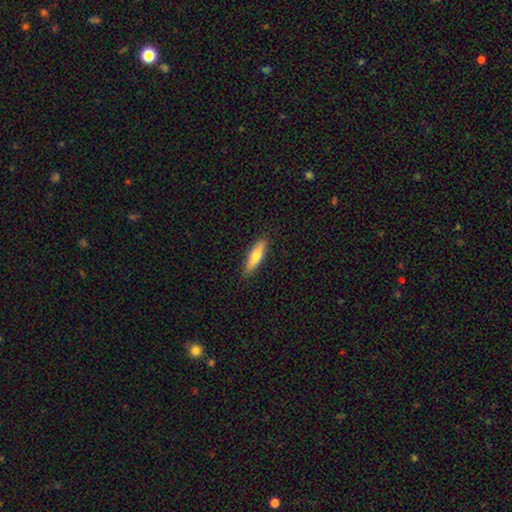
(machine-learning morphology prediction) A smooth galaxy with no disk features (67%) that is cigar-shaped (65%).

Vote fractions:
- Smooth or featured? smooth: 67% / featured or disk: 28% / star or artifact: 6%
- How rounded? cigar-shaped: 65% / in between: 33% / round: 2%
- Merging? none: 88% / minor disturbance: 9% / major disturbance: 2% / merger: 1%